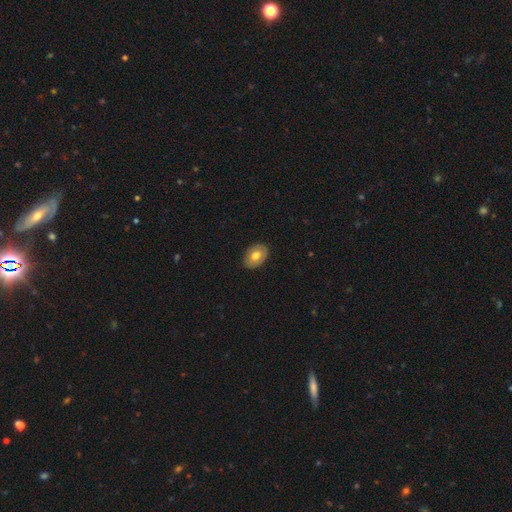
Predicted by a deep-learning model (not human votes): smooth 72%, featured or disk 21%, star or artifact 7%. Down the decision tree: how rounded — in between (80%); merging — none (89%).